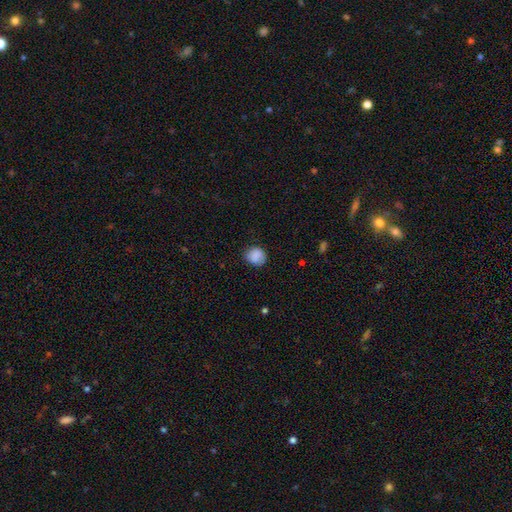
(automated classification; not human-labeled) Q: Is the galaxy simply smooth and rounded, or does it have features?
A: smooth — 85%.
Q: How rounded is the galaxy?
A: round — 76%.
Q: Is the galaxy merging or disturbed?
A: none — 76%.